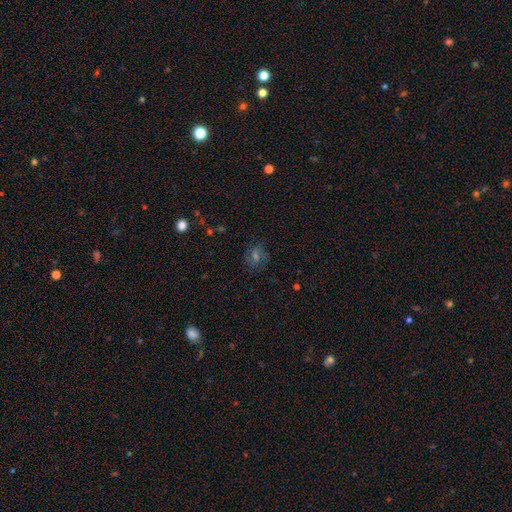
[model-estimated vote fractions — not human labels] Smooth or featured? Predicted: smooth (p=0.37). Merging? Predicted: none (p=0.78).